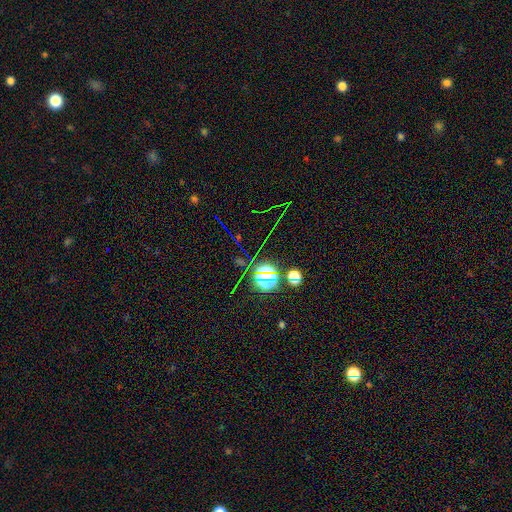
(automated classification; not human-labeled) This appears to be a star or artifact, not a galaxy (70%).